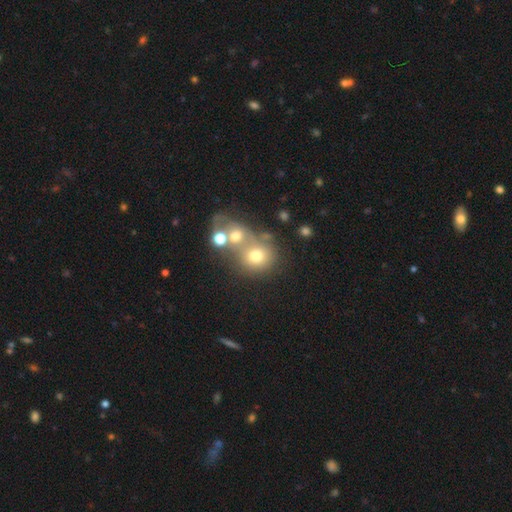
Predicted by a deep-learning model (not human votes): Smooth or featured? Predicted: smooth (p=0.67). How rounded? Predicted: round (p=0.75). Merging? Predicted: merger (p=0.48).